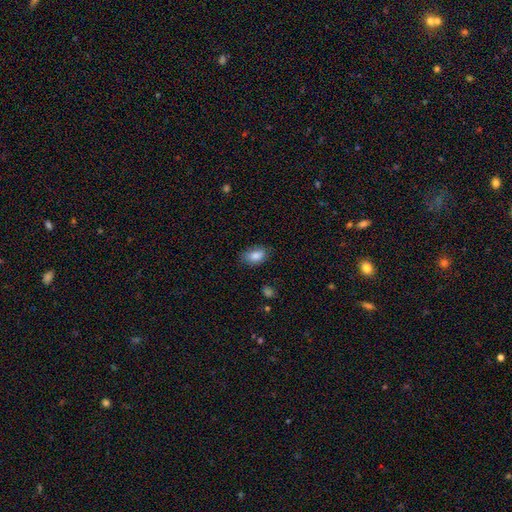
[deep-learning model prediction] smooth 85%, star or artifact 8%, featured or disk 7%. Down the decision tree: how rounded — in between (88%); merging — none (76%).